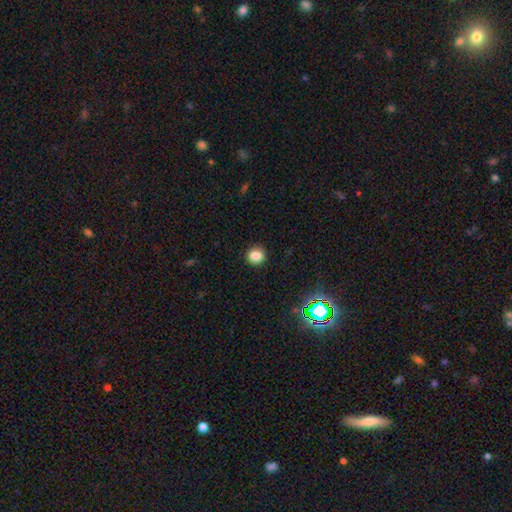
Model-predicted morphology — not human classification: This appears to be a smooth galaxy with no disk features (84%) that is round (83%). Merging: none (90%).